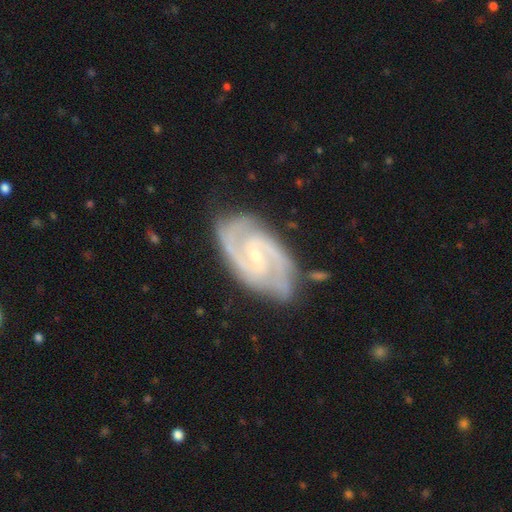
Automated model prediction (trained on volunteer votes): This is clearly a featured or disk galaxy (92%). It is clearly not viewed edge-on (97%). Bar: possibly weak (51%). Spiral arm pattern: clearly yes (98%). Spiral arm count: clearly 2 (84%). Spiral winding: possibly medium (49%). Central bulge: likely small (77%). Merging: likely none (77%).